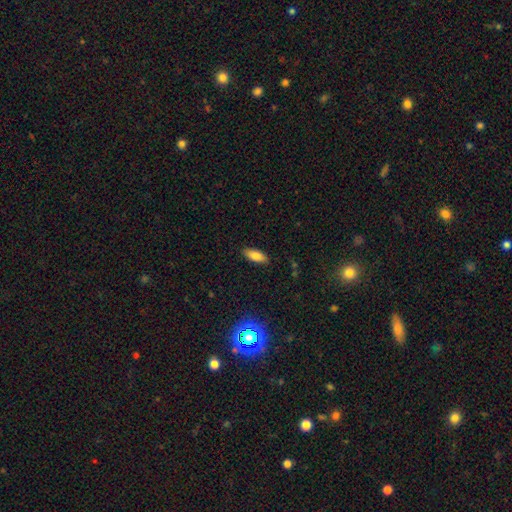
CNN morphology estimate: Smooth or featured? Predicted: smooth (p=0.79). How rounded? Predicted: in between (p=0.79). Merging? Predicted: none (p=0.88).